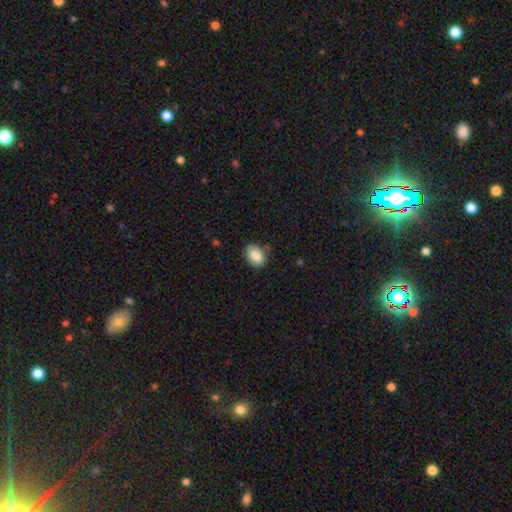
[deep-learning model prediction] smooth_or_featured: smooth (p=0.86) [alt: star or artifact p=0.08]
how_rounded: in between (p=0.78) [alt: round p=0.21]
merging: none (p=0.80) [alt: minor disturbance p=0.15]